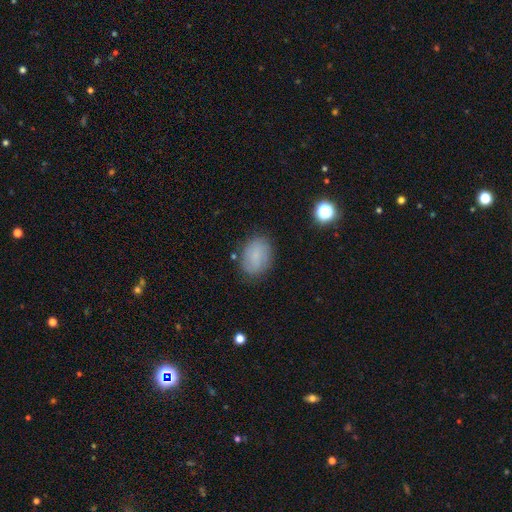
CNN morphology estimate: Smooth or featured: smooth — 76% (featured or disk — 14%)
How rounded: in between — 73% (round — 26%)
Merging: none — 81% (minor disturbance — 14%)